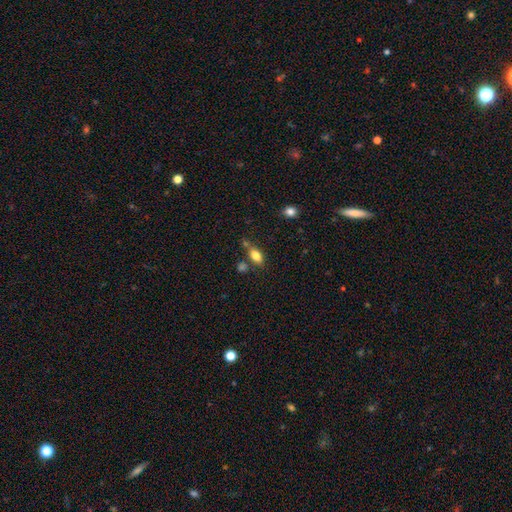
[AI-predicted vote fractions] Smooth or featured? smooth (80%)
How rounded? in between (86%)
Merging? none (66%)